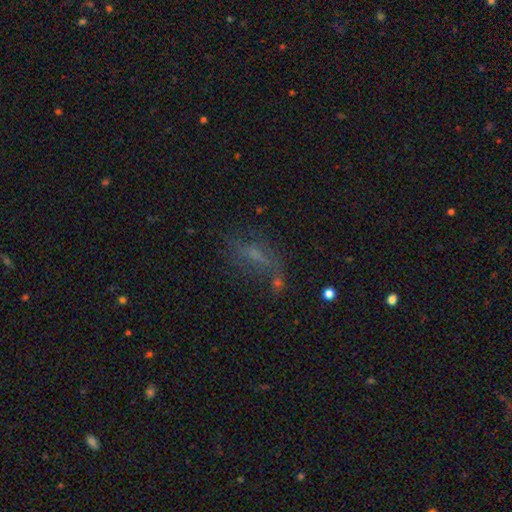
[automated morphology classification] Q: Smooth or featured?
A: smooth (39%); runner-up: featured or disk (34%)
Q: Merging?
A: none (49%); runner-up: major disturbance (23%)